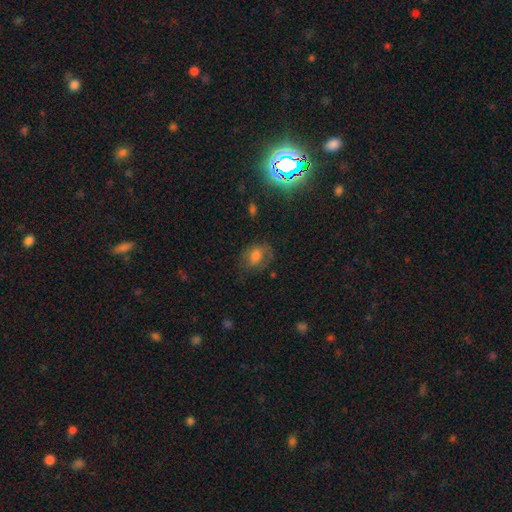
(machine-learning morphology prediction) type=smooth (58%); roundness=in between (60%); merging=none (57%).